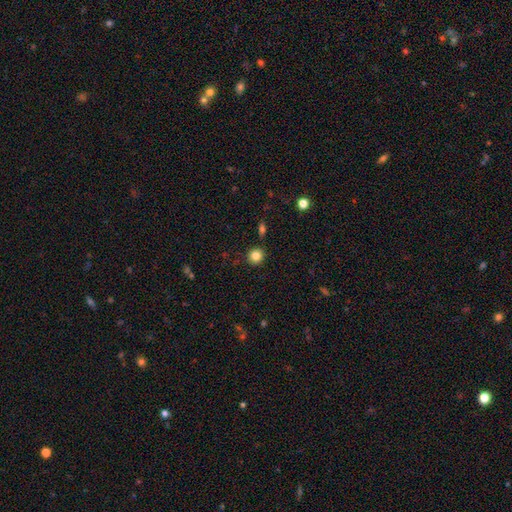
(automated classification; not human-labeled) Overall: smooth (83%). How rounded: round (90%). Merging: none (88%).